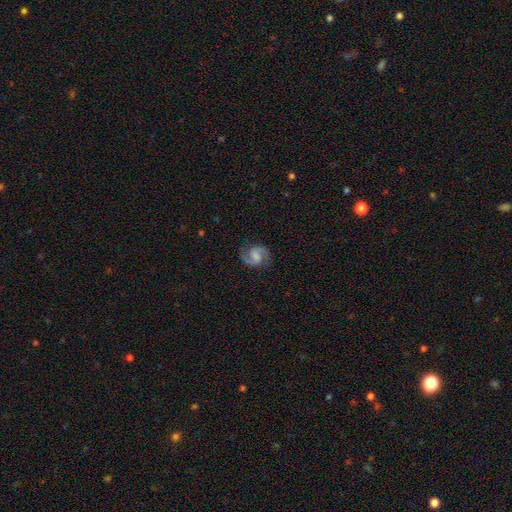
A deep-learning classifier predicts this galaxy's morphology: This appears to be a featured or disk galaxy (88%) with a weak bar (53%), 2 (94%) medium (62%) spiral arms (98%) and no central bulge (36%). Merging: none (84%).